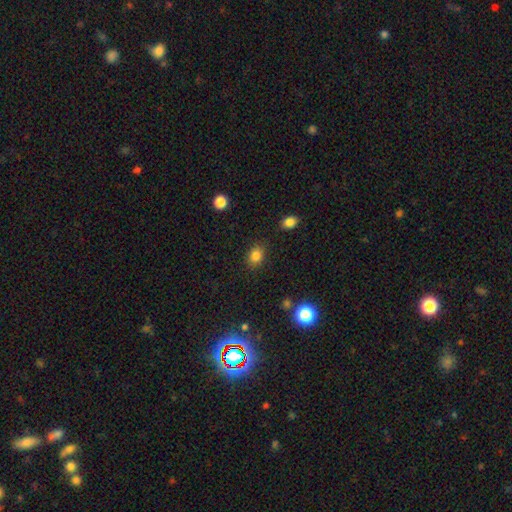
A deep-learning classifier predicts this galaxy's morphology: A smooth galaxy with no disk features (83%) that is in between round and cigar-shaped (57%). Merging: none (85%).